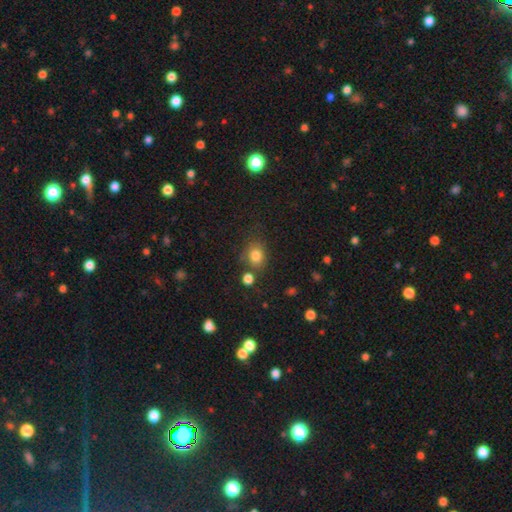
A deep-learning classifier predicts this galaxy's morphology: Smooth or featured?
  - smooth: 81% *
  - star or artifact: 12%
  - featured or disk: 7%
How rounded?
  - round: 61% *
  - in between: 38%
  - cigar-shaped: 1%
Merging?
  - none: 67% *
  - minor disturbance: 16%
  - merger: 10%
  - major disturbance: 6%